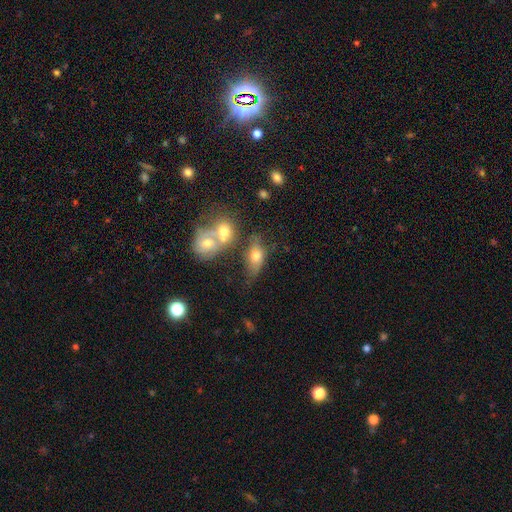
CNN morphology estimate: A smooth galaxy with no disk features (63%) that is in between round and cigar-shaped (80%). Merging: none (43%).